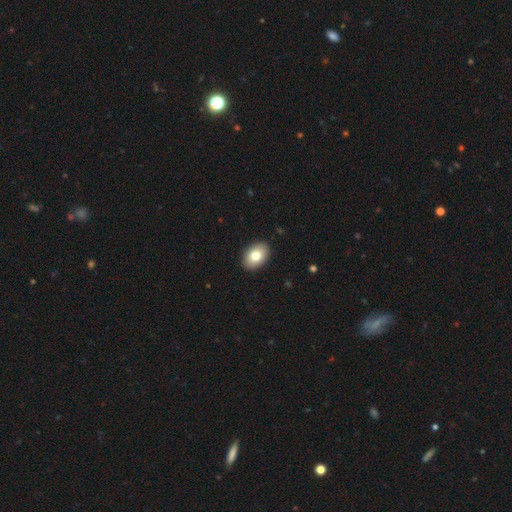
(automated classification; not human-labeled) Overall: smooth (79%). How rounded: in between (85%). Merging: none (91%).